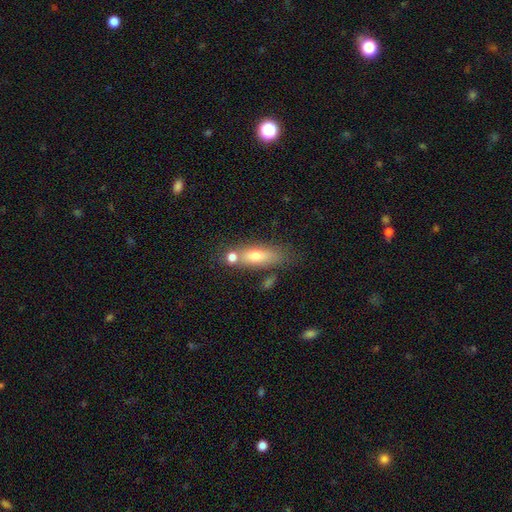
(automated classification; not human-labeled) Smooth or featured: smooth — 66% (featured or disk — 25%)
How rounded: in between — 54% (cigar-shaped — 41%)
Merging: none — 55% (merger — 22%)